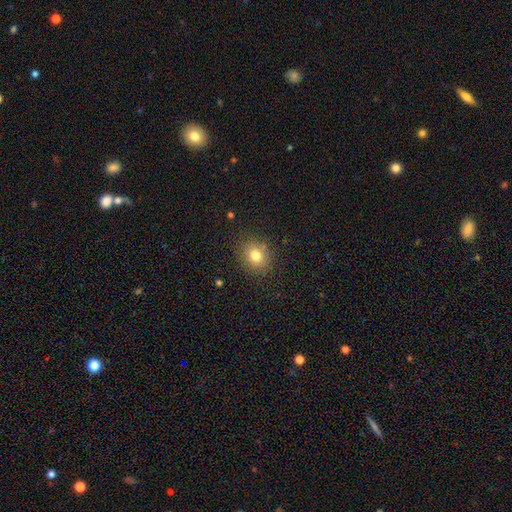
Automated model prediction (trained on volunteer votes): This is likely a smooth galaxy (78%). How rounded: likely round (63%). Merging: clearly none (85%).